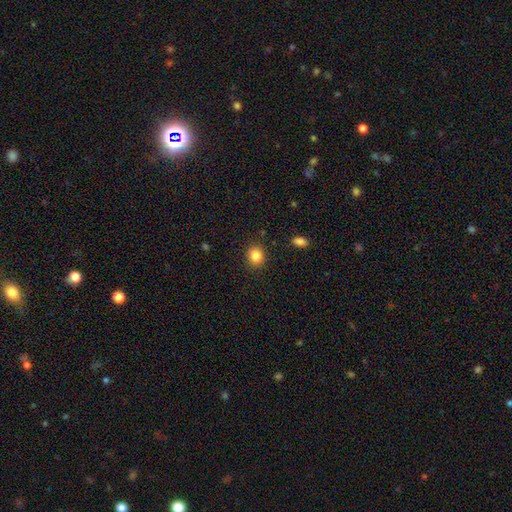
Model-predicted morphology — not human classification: A smooth galaxy with no disk features (85%) that is round (71%).

Vote fractions:
- Smooth or featured? smooth: 85% / star or artifact: 10% / featured or disk: 5%
- How rounded? round: 71% / in between: 28% / cigar-shaped: 1%
- Merging? none: 89% / minor disturbance: 7% / major disturbance: 2% / merger: 1%